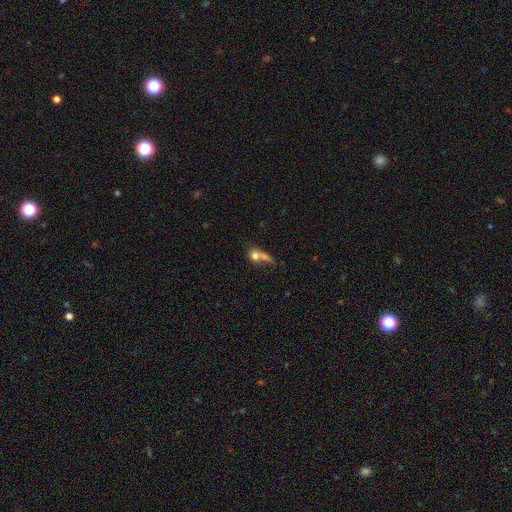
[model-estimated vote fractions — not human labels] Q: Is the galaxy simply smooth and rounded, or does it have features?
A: smooth — 68%.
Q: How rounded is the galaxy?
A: round — 54%.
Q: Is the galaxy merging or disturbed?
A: merger — 52%.